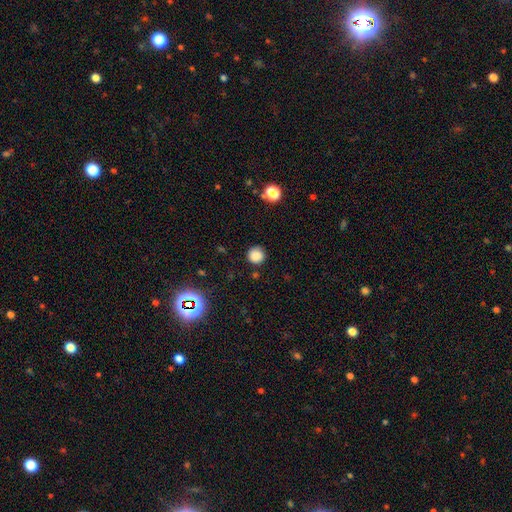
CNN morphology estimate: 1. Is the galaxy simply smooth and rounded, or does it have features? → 84% smooth, 12% star or artifact, 4% featured or disk.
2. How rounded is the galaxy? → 94% round, 5% in between, 1% cigar-shaped.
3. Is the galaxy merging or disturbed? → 87% none, 8% minor disturbance, 3% major disturbance, 2% merger.